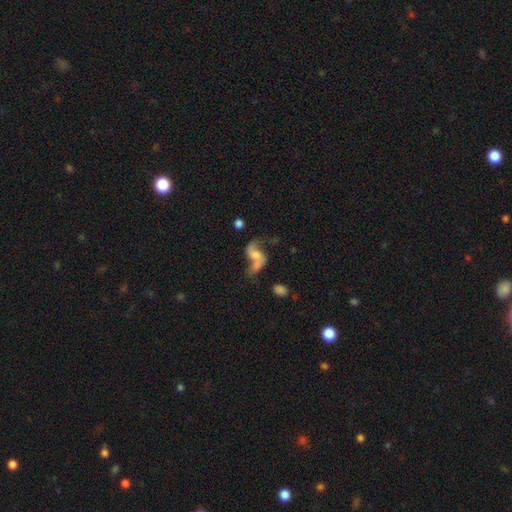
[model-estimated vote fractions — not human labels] Smooth or featured? featured or disk (71%)
Edge-on disk? no (96%)
Bar? no (54%)
Spiral arms? yes (87%)
Spiral winding? loose (79%)
Spiral arm count? 2 (85%)
Bulge size? moderate (41%)
Merging? merger (37%)